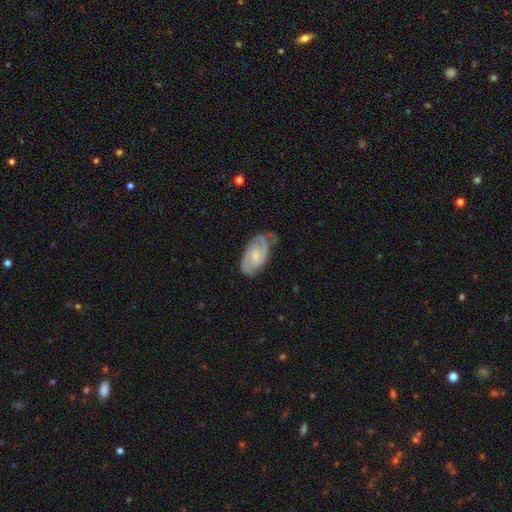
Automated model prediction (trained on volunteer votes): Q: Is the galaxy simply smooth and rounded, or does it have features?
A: featured or disk — 74%.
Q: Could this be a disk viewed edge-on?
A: no — 96%.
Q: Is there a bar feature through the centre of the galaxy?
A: no — 47%.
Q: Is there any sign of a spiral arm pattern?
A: yes — 93%.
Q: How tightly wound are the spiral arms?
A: medium — 45%.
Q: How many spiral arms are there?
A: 2 — 76%.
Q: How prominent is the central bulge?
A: small — 63%.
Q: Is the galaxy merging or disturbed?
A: none — 63%.